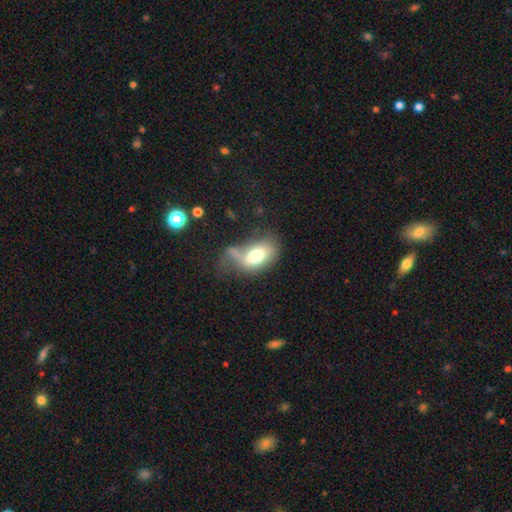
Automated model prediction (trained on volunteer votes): smooth 69%, featured or disk 22%, star or artifact 8%. Down the decision tree: how rounded — in between (88%); merging — major disturbance (36%).